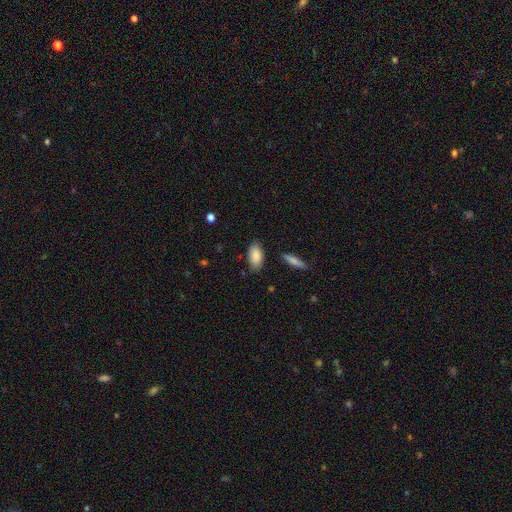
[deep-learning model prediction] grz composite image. It shows a smooth galaxy with no disk features (87%) that is in between round and cigar-shaped (93%). Merging: none (82%).